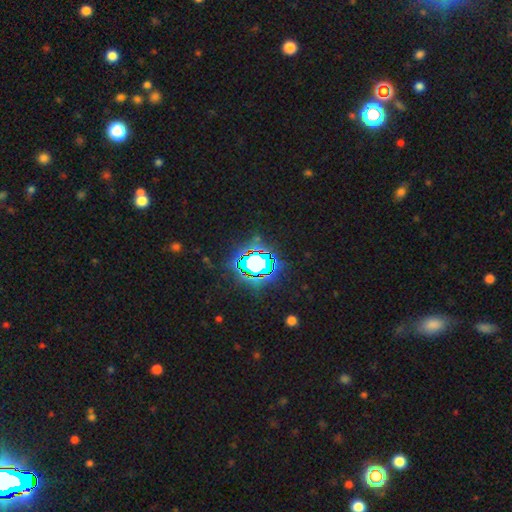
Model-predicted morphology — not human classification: star or artifact 80%, smooth 12%, featured or disk 8%.